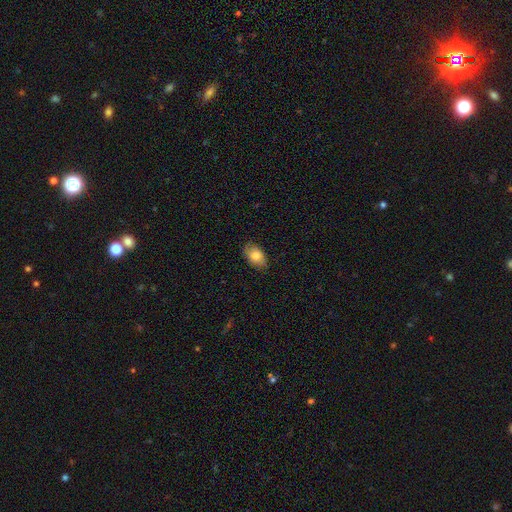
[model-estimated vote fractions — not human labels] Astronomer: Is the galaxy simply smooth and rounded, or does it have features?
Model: smooth — 81%.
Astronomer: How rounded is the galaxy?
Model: in between — 89%.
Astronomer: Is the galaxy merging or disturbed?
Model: none — 82%.